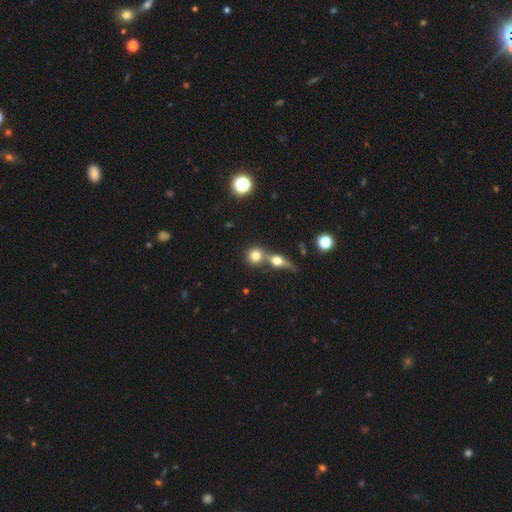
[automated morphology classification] This is likely a smooth galaxy (74%). How rounded: clearly round (82%). Merging: possibly none (47%).